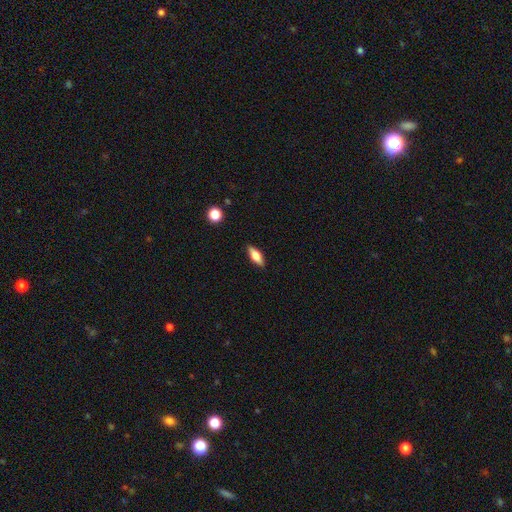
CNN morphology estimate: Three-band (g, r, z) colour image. It shows a smooth galaxy with no disk features (66%) that is in between round and cigar-shaped (68%). Merging: none (88%).